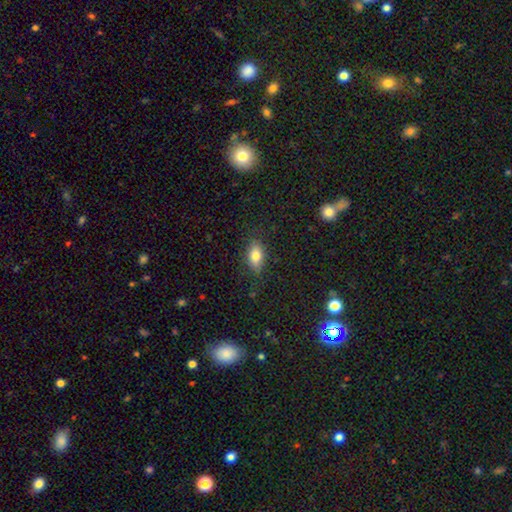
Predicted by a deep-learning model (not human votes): Morphology: type=smooth (78%); roundness=in between (86%); merging=none (82%).